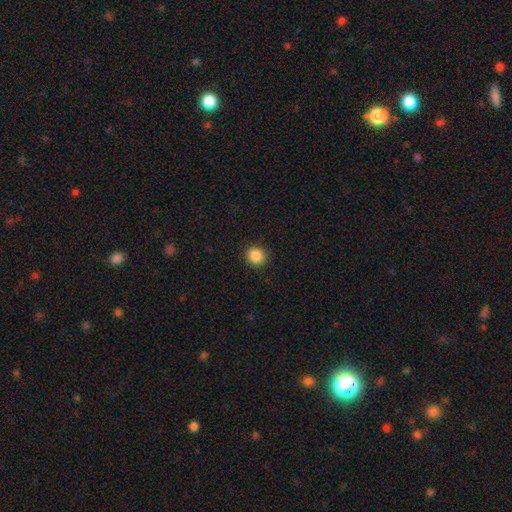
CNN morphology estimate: The model was most divided on "how rounded": round: 88%, in between: 12%, cigar-shaped: 1%. More confident: merging — none (90%); smooth or featured — smooth (87%).